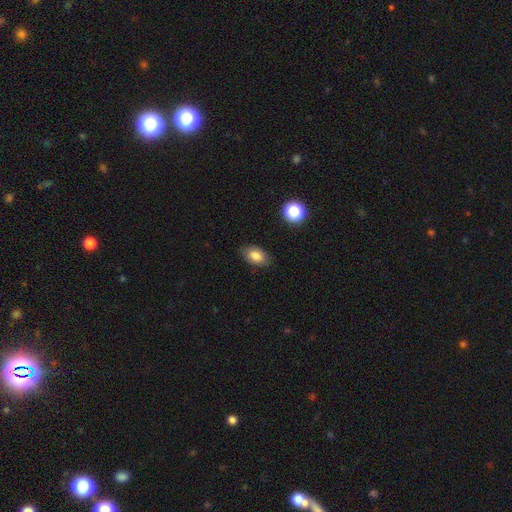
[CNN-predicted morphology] Smooth or featured?
  - smooth: 82% *
  - featured or disk: 9%
  - star or artifact: 9%
How rounded?
  - in between: 90% *
  - round: 9%
  - cigar-shaped: 2%
Merging?
  - none: 84% *
  - minor disturbance: 12%
  - major disturbance: 3%
  - merger: 1%